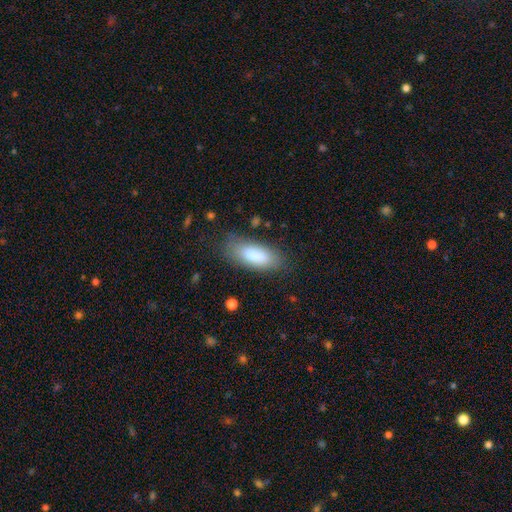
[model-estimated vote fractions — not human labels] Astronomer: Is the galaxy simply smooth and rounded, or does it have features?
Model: smooth — 82%.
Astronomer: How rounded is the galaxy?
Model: in between — 76%.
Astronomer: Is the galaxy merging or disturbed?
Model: none — 77%.